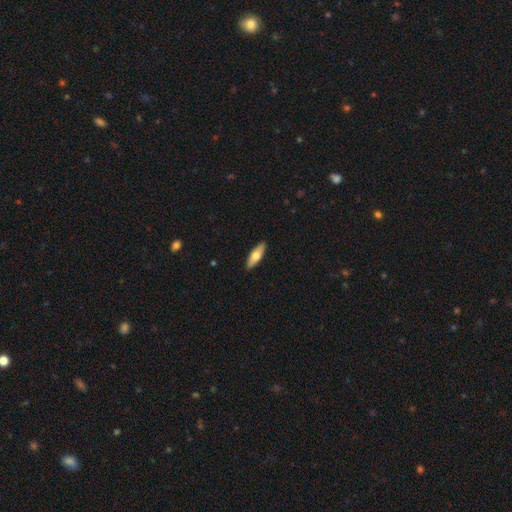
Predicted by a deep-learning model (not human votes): smooth_or_featured: smooth (p=0.66) [alt: featured or disk p=0.29]
how_rounded: in between (p=0.53) [alt: cigar-shaped p=0.45]
merging: none (p=0.91) [alt: minor disturbance p=0.07]